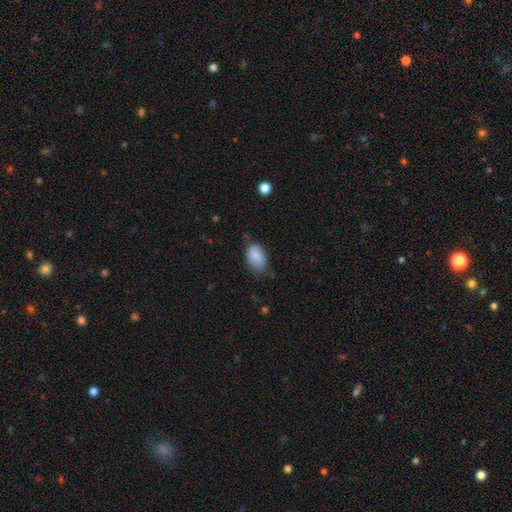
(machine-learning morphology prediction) type=smooth (83%); roundness=in between (90%); merging=none (59%).